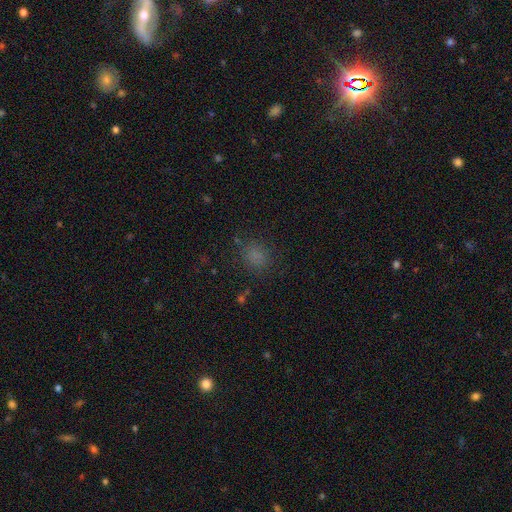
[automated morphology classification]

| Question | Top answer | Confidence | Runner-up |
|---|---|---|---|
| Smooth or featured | smooth | 76% | star or artifact (19%) |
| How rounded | round | 68% | in between (30%) |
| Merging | none | 81% | minor disturbance (12%) |